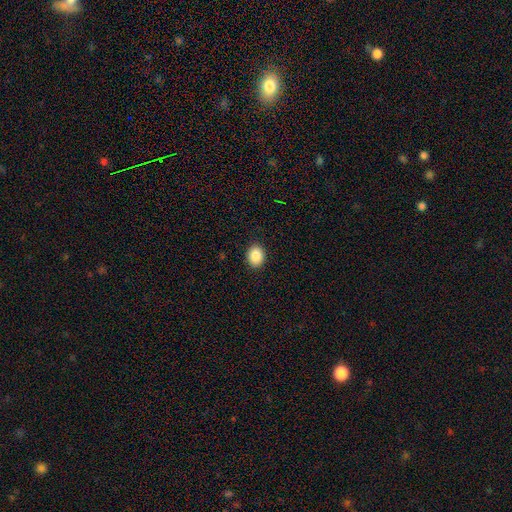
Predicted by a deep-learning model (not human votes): Smooth or featured?
  - smooth: 86% *
  - star or artifact: 9%
  - featured or disk: 5%
How rounded?
  - in between: 53% *
  - round: 46%
  - cigar-shaped: 1%
Merging?
  - none: 91% *
  - minor disturbance: 6%
  - major disturbance: 2%
  - merger: 1%